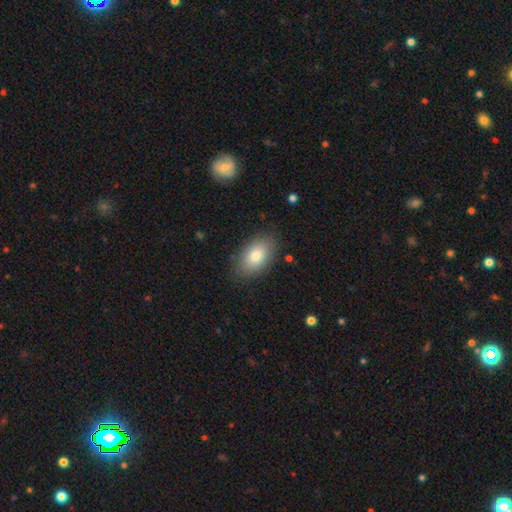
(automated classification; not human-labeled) smooth_or_featured: smooth (p=0.82) [alt: featured or disk p=0.11]
how_rounded: in between (p=0.91) [alt: round p=0.07]
merging: none (p=0.83) [alt: minor disturbance p=0.12]